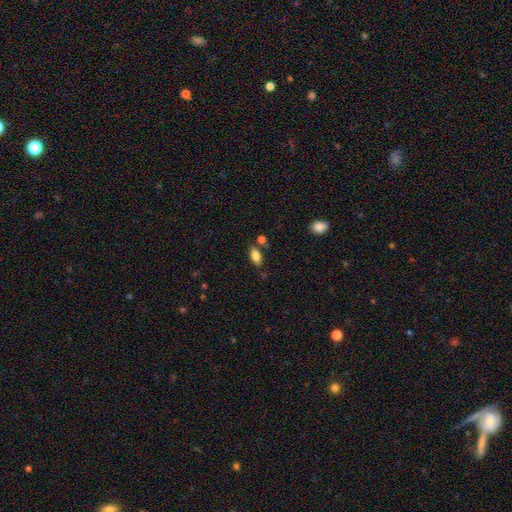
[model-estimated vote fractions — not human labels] Morphology: type=smooth (82%); roundness=in between (89%); merging=none (75%).